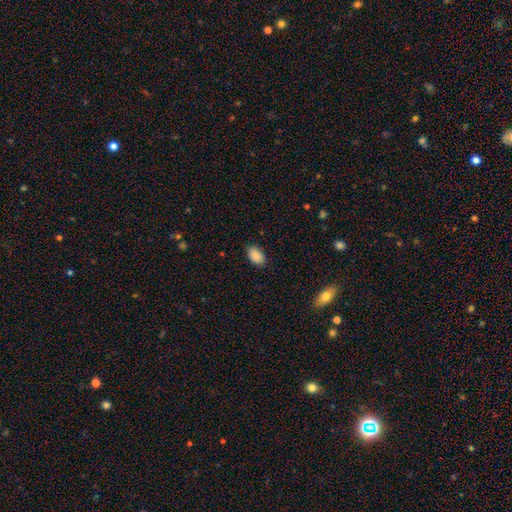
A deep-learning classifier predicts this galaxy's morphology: This appears to be a smooth galaxy with no disk features (89%) that is in between round and cigar-shaped (90%). Merging: none (87%).